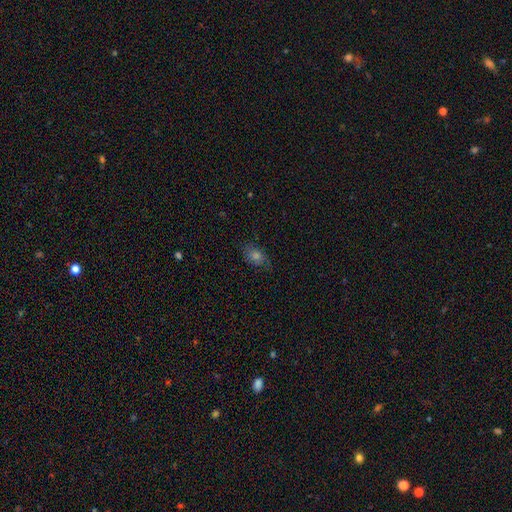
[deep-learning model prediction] This is possibly a smooth galaxy (59%). How rounded: likely in between (68%). Merging: likely none (78%).